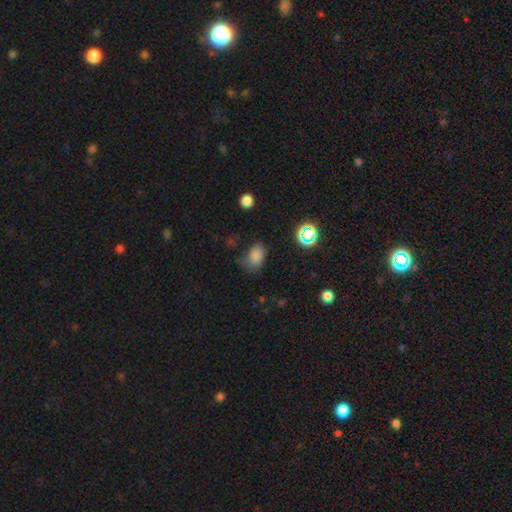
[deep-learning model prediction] A smooth galaxy with no disk features (76%) that is in between round and cigar-shaped (75%).

Vote fractions:
- Smooth or featured? smooth: 76% / star or artifact: 16% / featured or disk: 7%
- How rounded? in between: 75% / round: 24% / cigar-shaped: 1%
- Merging? none: 53% / minor disturbance: 30% / major disturbance: 13% / merger: 3%